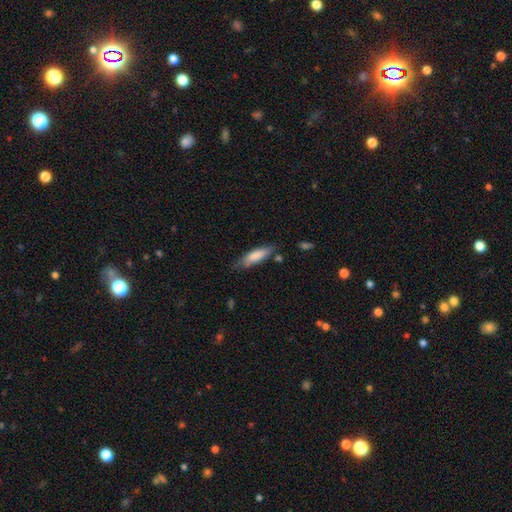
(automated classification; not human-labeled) Smooth or featured: smooth — 79% (featured or disk — 16%)
How rounded: cigar-shaped — 55% (in between — 43%)
Merging: none — 64% (minor disturbance — 26%)